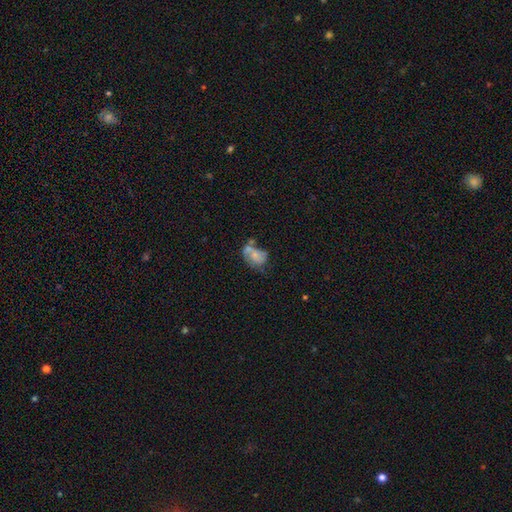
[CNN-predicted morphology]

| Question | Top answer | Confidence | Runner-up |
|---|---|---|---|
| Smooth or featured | smooth | 55% | featured or disk (36%) |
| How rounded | in between | 68% | round (31%) |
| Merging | merger | 36% | none (27%) |